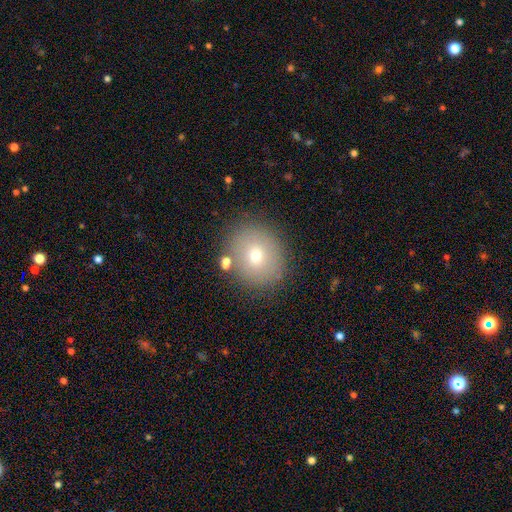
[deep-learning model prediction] Smooth or featured?
  - smooth: 67% *
  - featured or disk: 19%
  - star or artifact: 14%
How rounded?
  - round: 77% *
  - in between: 23%
  - cigar-shaped: 1%
Merging?
  - none: 82% *
  - minor disturbance: 10%
  - merger: 5%
  - major disturbance: 3%